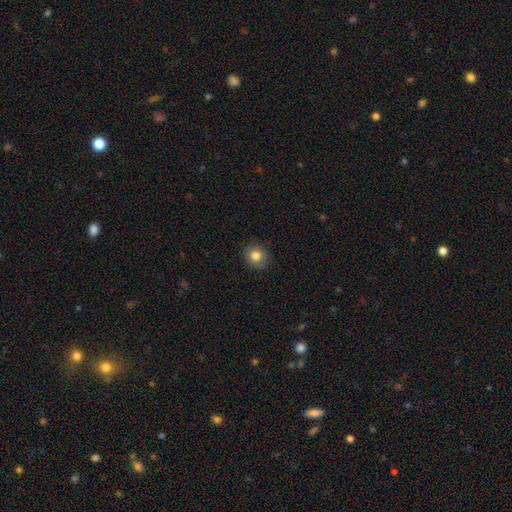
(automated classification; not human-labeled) This is clearly a smooth galaxy (82%). How rounded: likely round (78%). Merging: clearly none (89%).